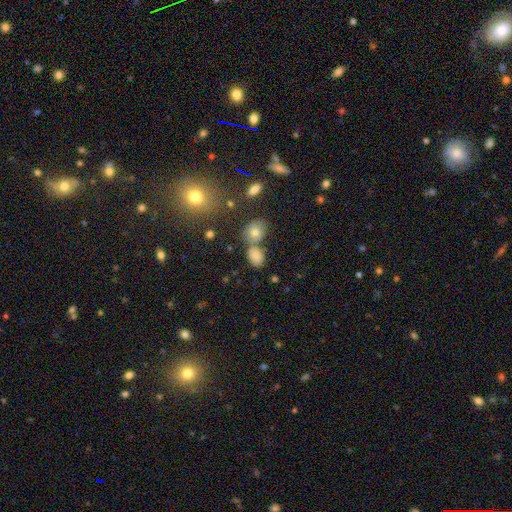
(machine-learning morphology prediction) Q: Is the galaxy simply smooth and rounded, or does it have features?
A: smooth — 77%.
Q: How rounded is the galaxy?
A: in between — 75%.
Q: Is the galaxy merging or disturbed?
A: none — 53%.